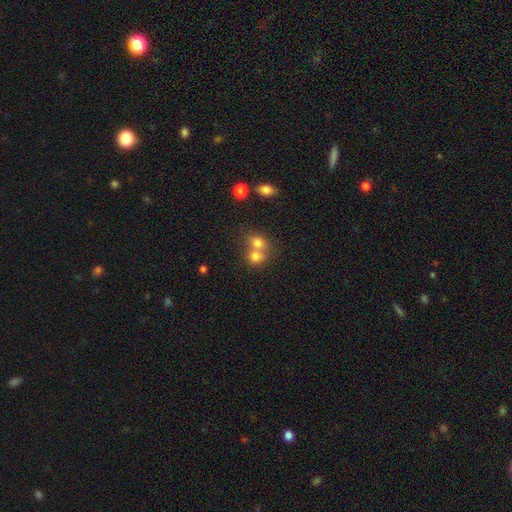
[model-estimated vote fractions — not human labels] Smooth or featured?
  - smooth: 75% *
  - featured or disk: 13%
  - star or artifact: 12%
How rounded?
  - round: 67% *
  - in between: 32%
  - cigar-shaped: 1%
Merging?
  - merger: 63% *
  - none: 28%
  - minor disturbance: 6%
  - major disturbance: 3%